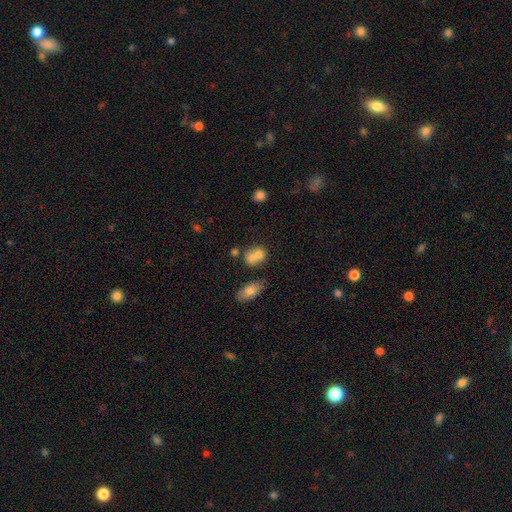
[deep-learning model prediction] This is likely a smooth galaxy (72%). How rounded: possibly round (58%). Merging: possibly merger (56%).